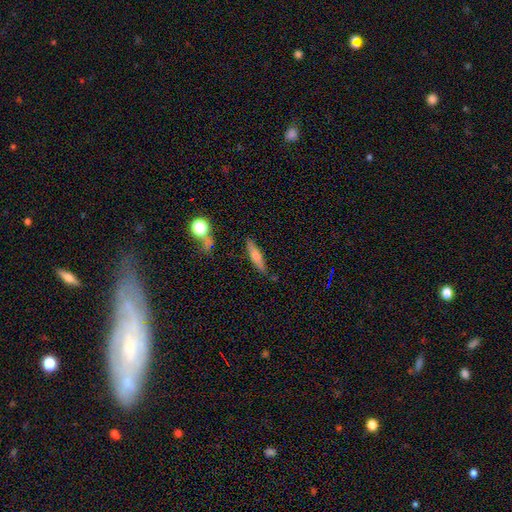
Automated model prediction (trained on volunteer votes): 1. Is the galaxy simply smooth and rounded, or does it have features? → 56% smooth, 36% featured or disk, 8% star or artifact.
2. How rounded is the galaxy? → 78% cigar-shaped, 19% in between, 3% round.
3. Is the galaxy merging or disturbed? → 78% none, 13% minor disturbance, 5% merger, 4% major disturbance.